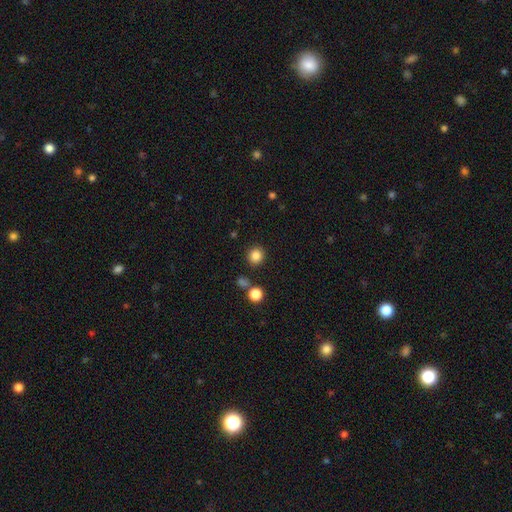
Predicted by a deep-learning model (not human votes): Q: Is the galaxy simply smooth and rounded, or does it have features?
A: smooth — 84%.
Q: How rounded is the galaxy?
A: round — 91%.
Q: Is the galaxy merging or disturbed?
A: none — 87%.